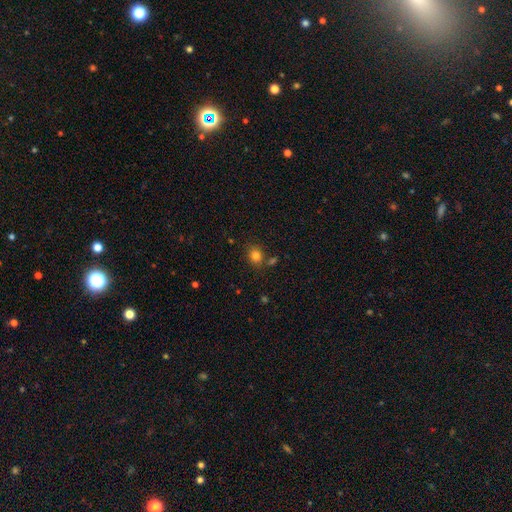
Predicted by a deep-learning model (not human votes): smooth_or_featured: smooth (p=0.81) [alt: star or artifact p=0.13]
how_rounded: round (p=0.64) [alt: in between p=0.35]
merging: none (p=0.75) [alt: minor disturbance p=0.12]